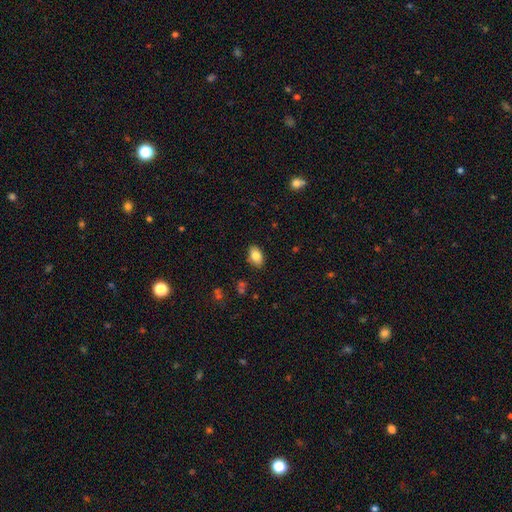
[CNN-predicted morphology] Smooth or featured? smooth (81%)
How rounded? in between (89%)
Merging? none (87%)